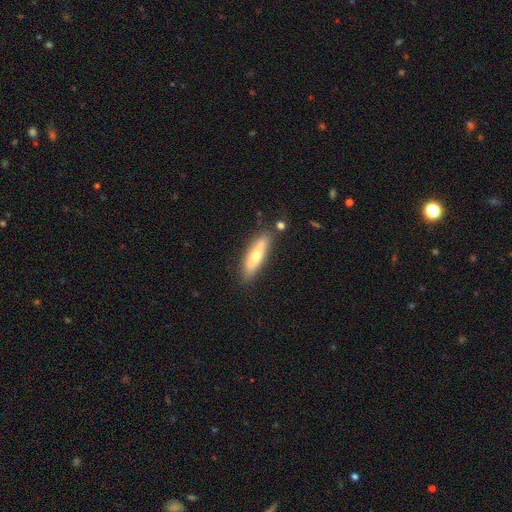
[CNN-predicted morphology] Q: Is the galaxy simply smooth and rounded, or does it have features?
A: smooth — 54%.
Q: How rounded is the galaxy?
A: cigar-shaped — 77%.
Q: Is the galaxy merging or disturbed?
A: none — 82%.